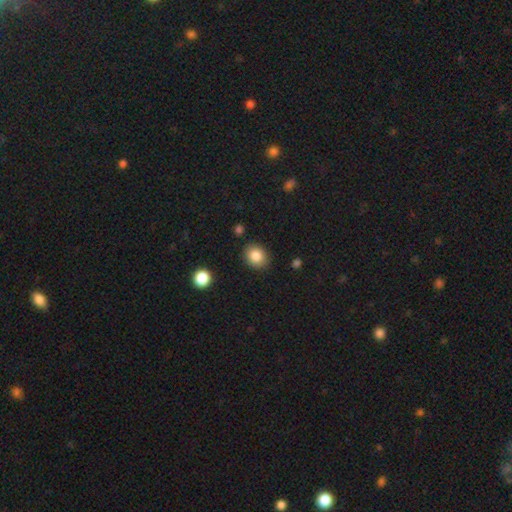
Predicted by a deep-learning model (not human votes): Smooth or featured: smooth — 85% (star or artifact — 9%)
How rounded: round — 56% (in between — 43%)
Merging: none — 87% (minor disturbance — 9%)